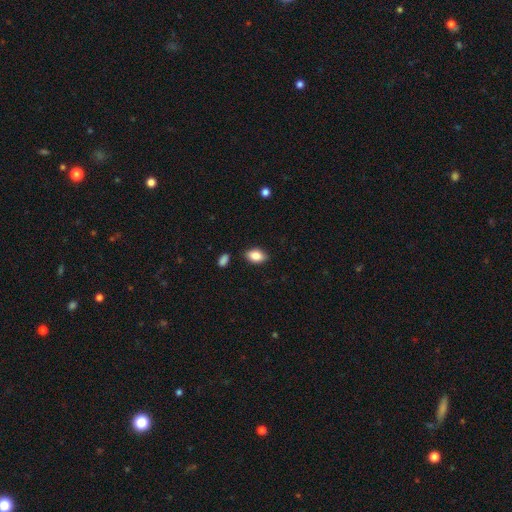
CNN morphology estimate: Q: Smooth or featured?
A: smooth (84%); runner-up: featured or disk (8%)
Q: How rounded?
A: in between (89%); runner-up: round (8%)
Q: Merging?
A: none (84%); runner-up: minor disturbance (11%)